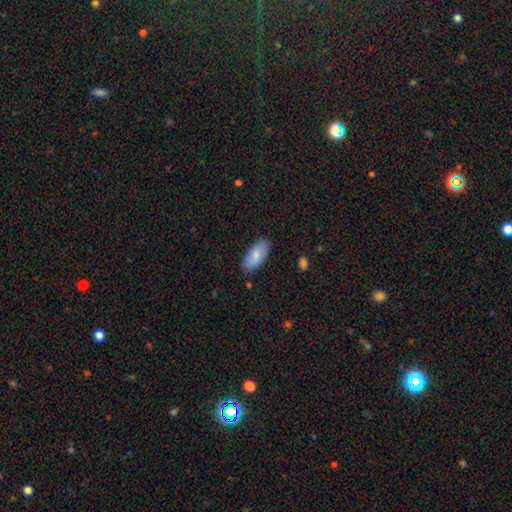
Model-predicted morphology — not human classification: A smooth galaxy with no disk features (79%) that is in between round and cigar-shaped (91%). Merging: none (81%).